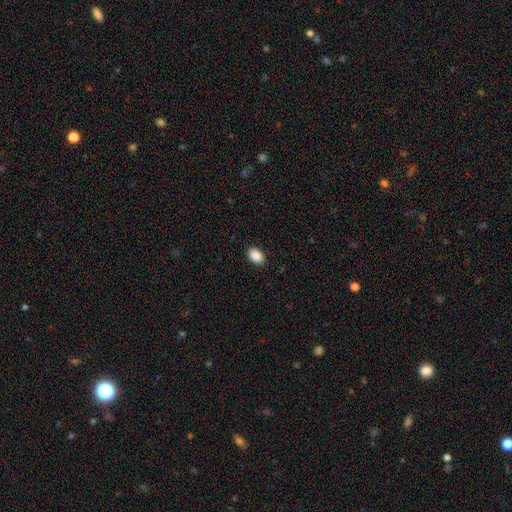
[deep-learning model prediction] This is clearly a smooth galaxy (90%). How rounded: clearly in between (86%). Merging: clearly none (90%).